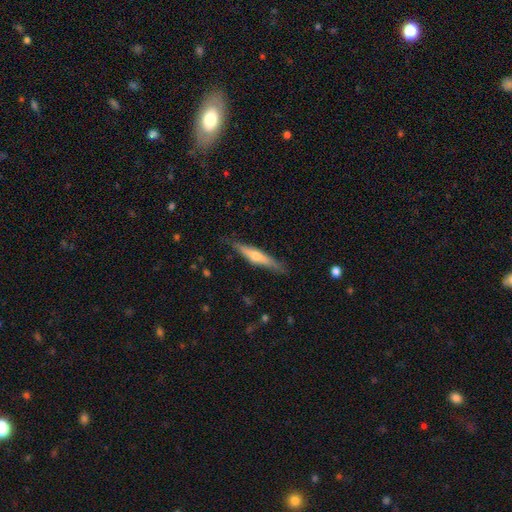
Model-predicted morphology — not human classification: featured or disk 57%, smooth 37%, star or artifact 6%. Down the decision tree: edge-on disk — yes (94%); edge-on bulge — rounded (81%); merging — none (85%).